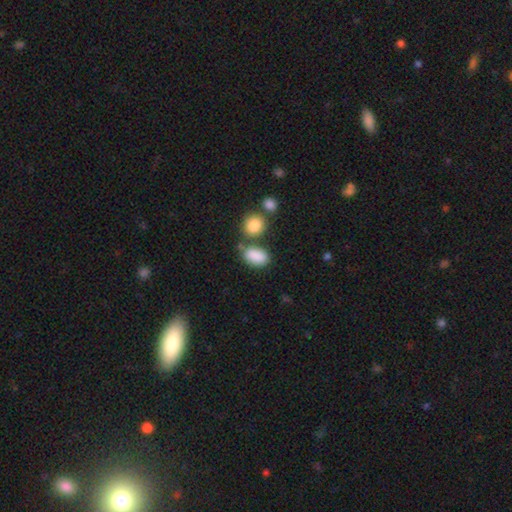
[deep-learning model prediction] smooth 87%, star or artifact 8%, featured or disk 5%. Down the decision tree: how rounded — in between (89%); merging — none (63%).